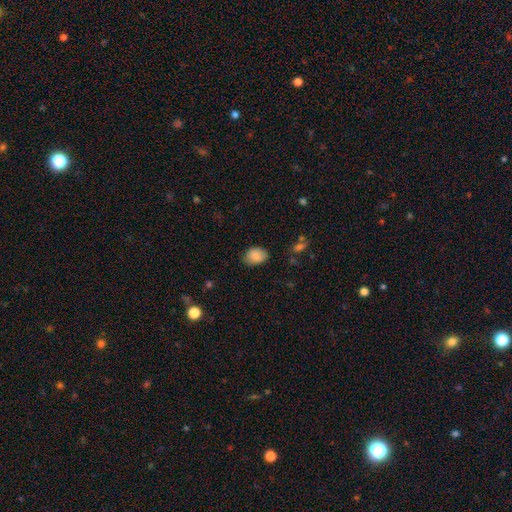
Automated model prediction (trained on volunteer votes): This is clearly a smooth galaxy (85%). How rounded: likely in between (71%). Merging: likely none (75%).